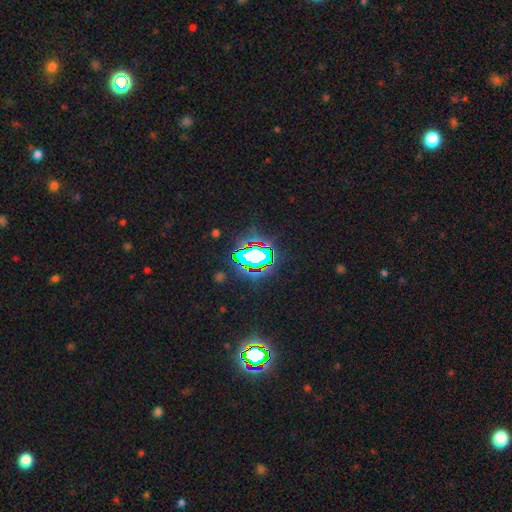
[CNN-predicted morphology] star or artifact 61%, smooth 22%, featured or disk 17%.